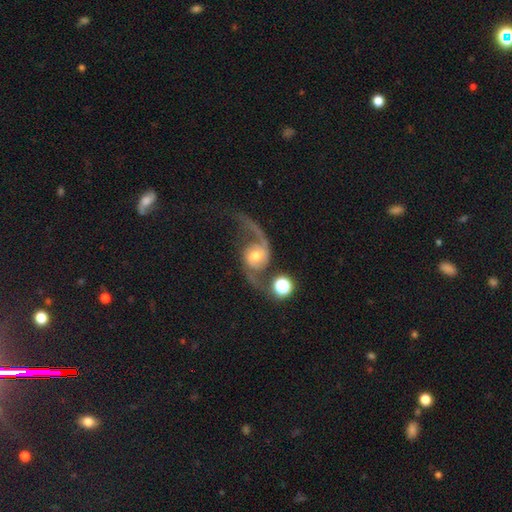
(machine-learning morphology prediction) This appears to be a featured or disk galaxy (88%) with no bar (66%), 2 (91%) loose (65%) spiral arms (97%) and a moderate central bulge (55%). Merging: none (61%).